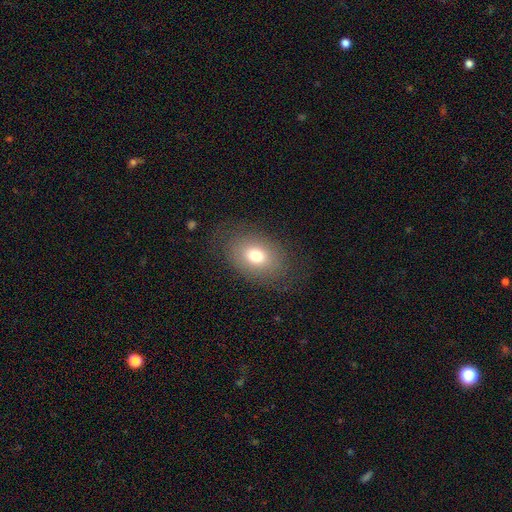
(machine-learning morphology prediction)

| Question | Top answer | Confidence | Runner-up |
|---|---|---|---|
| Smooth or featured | smooth | 71% | featured or disk (18%) |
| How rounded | in between | 74% | round (25%) |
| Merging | none | 76% | minor disturbance (14%) |